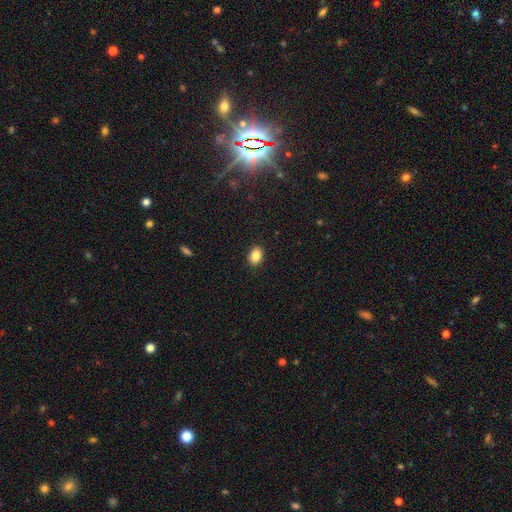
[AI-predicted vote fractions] Morphology: type=smooth (85%); roundness=in between (79%); merging=none (89%).